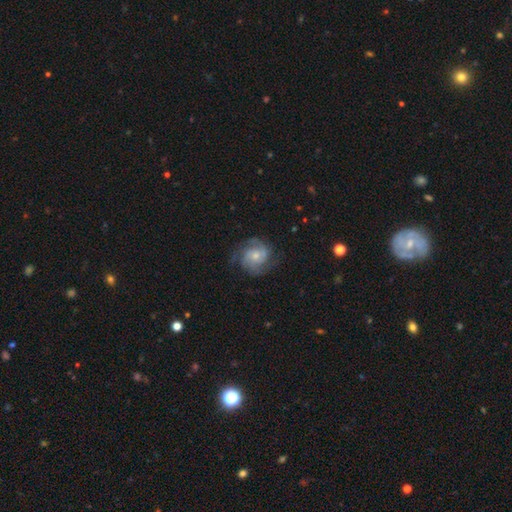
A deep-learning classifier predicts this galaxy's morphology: This appears to be a featured or disk galaxy (77%) with no bar (69%), 2 (39%) medium (44%) spiral arms (94%) and a small central bulge (49%). Merging: none (71%).